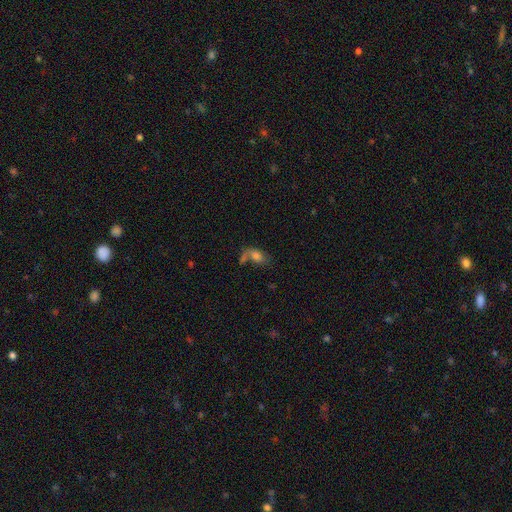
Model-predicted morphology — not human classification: Smooth or featured? smooth (68%)
How rounded? in between (85%)
Merging? none (33%)